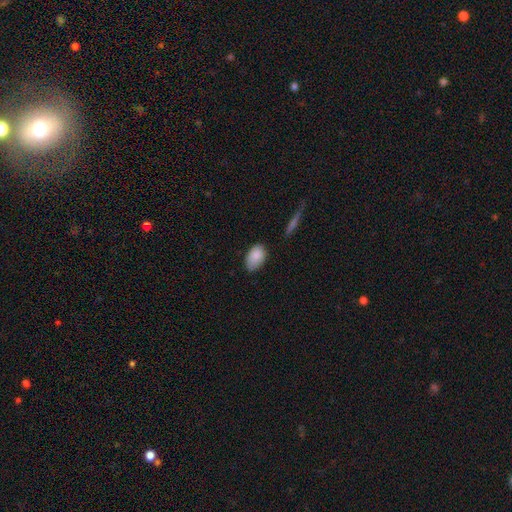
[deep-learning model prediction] Smooth or featured? Predicted: smooth (p=0.87). How rounded? Predicted: in between (p=0.90). Merging? Predicted: none (p=0.76).